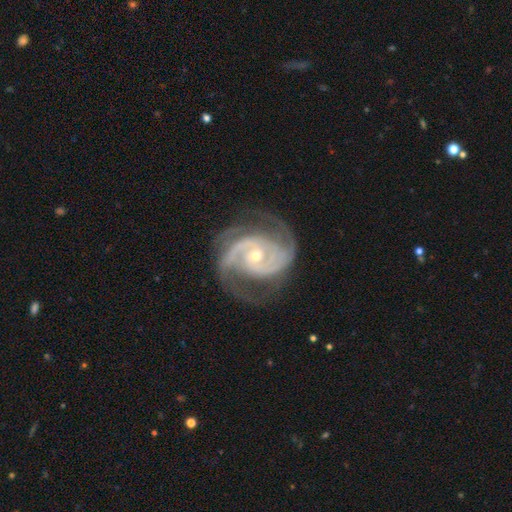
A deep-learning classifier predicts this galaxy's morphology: smooth_or_featured: featured or disk (p=0.92) [alt: star or artifact p=0.05]
disk_edge_on: no (p=0.98) [alt: yes p=0.02]
bar: no (p=0.62) [alt: weak p=0.28]
has_spiral_arms: yes (p=0.98) [alt: no p=0.02]
spiral_winding: medium (p=0.47) [alt: tight p=0.44]
spiral_arm_count: 2 (p=0.66) [alt: 3 p=0.18]
bulge_size: small (p=0.56) [alt: moderate p=0.41]
merging: none (p=0.71) [alt: minor disturbance p=0.18]